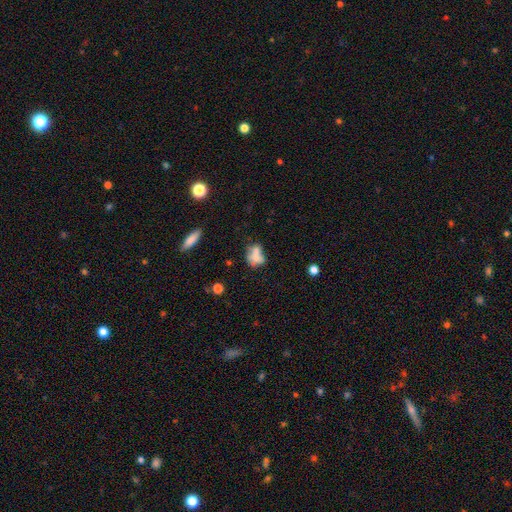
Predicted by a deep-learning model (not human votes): Overall: smooth (62%; featured or disk 27%). How rounded: in between (63%; round 35%). Merging: merger (44%; none 30%).